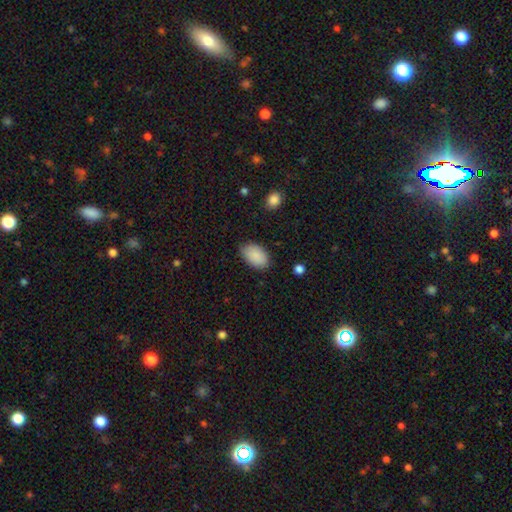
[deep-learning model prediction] A smooth galaxy with no disk features (89%) that is in between round and cigar-shaped (92%). Merging: none (81%).